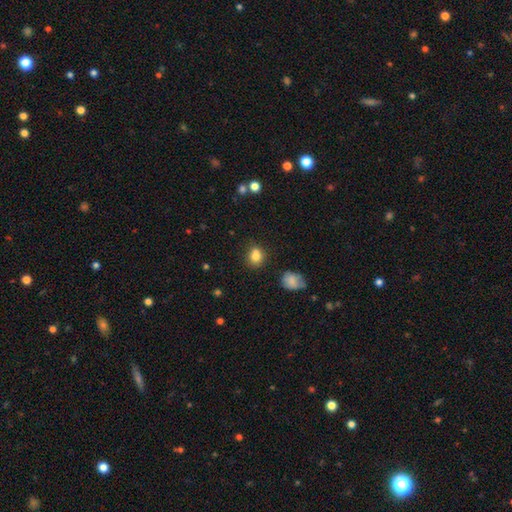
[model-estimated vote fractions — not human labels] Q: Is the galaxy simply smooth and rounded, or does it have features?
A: smooth — 81%.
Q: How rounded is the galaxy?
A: round — 60%.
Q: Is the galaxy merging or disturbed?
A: none — 67%.